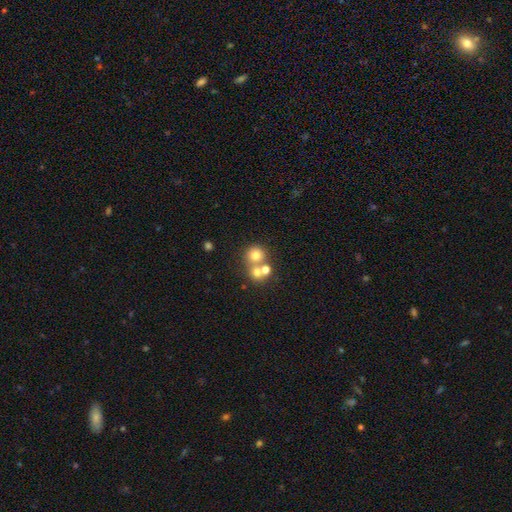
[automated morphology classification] A smooth galaxy with no disk features (68%) that is round (88%). Merging: none (47%).